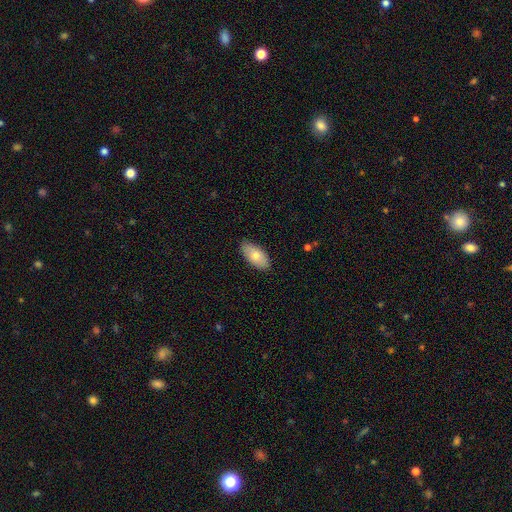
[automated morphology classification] Q: Smooth or featured?
A: smooth (77%); runner-up: featured or disk (17%)
Q: How rounded?
A: in between (92%); runner-up: cigar-shaped (5%)
Q: Merging?
A: none (86%); runner-up: minor disturbance (11%)